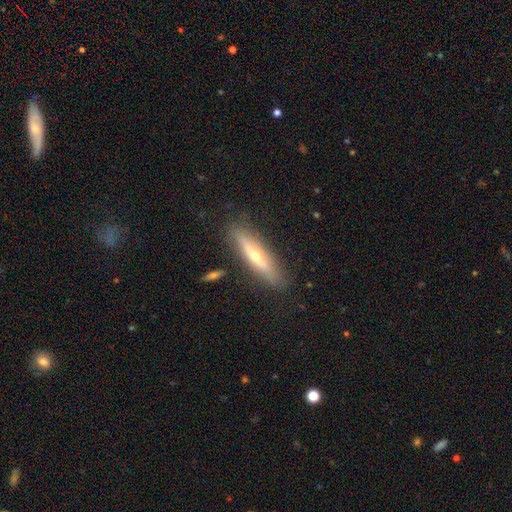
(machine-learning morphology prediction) Smooth or featured? Predicted: featured or disk (p=0.60). Edge-on disk? Predicted: yes (p=0.83). Merging? Predicted: none (p=0.84).